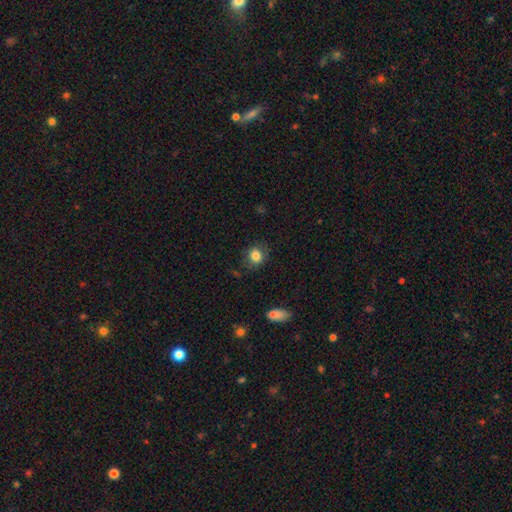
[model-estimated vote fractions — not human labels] This appears to be a smooth galaxy with no disk features (83%) that is round (68%). Merging: none (76%).